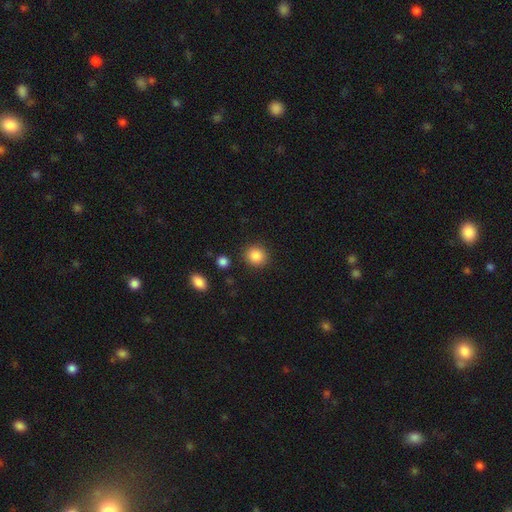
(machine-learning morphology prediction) smooth_or_featured: smooth (p=0.87) [alt: star or artifact p=0.09]
how_rounded: round (p=0.86) [alt: in between p=0.13]
merging: none (p=0.89) [alt: minor disturbance p=0.07]